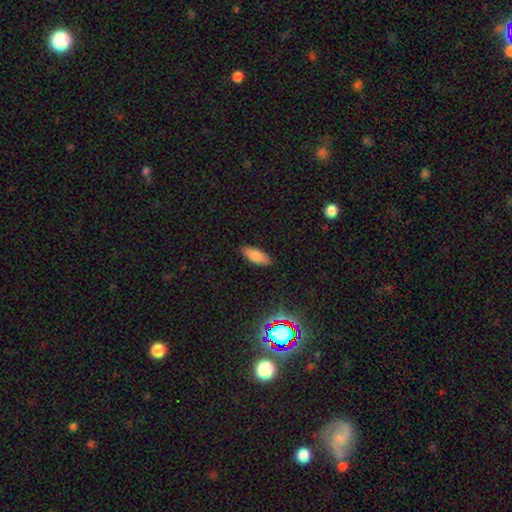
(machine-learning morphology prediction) A smooth galaxy with no disk features (82%) that is in between round and cigar-shaped (78%).

Vote fractions:
- Smooth or featured? smooth: 82% / star or artifact: 9% / featured or disk: 9%
- How rounded? in between: 78% / cigar-shaped: 20% / round: 2%
- Merging? none: 86% / minor disturbance: 11% / major disturbance: 2% / merger: 1%